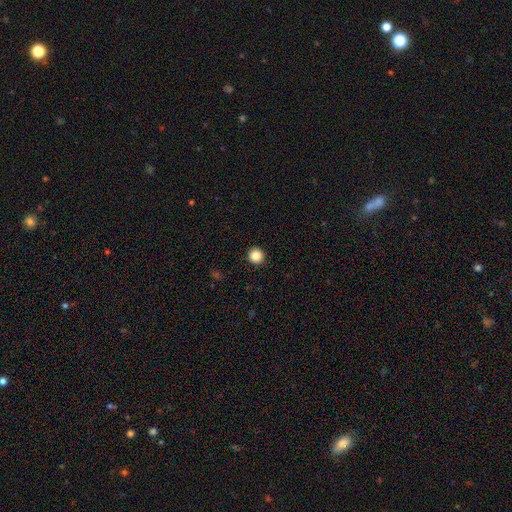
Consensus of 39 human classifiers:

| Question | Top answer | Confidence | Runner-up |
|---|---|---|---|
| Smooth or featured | smooth | 92% | star or artifact (8%) |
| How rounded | round | 94% | in between (6%) |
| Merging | none | 86% | minor disturbance (11%) |